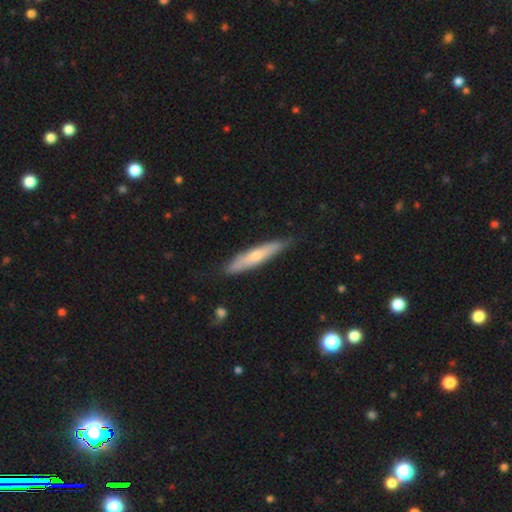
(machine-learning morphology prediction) Smooth or featured? smooth (53%)
How rounded? cigar-shaped (89%)
Merging? none (81%)